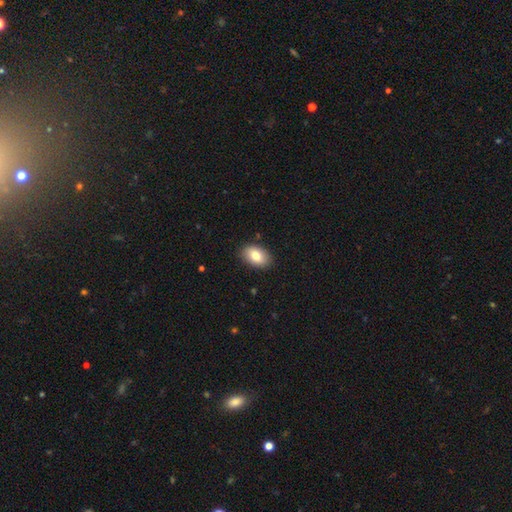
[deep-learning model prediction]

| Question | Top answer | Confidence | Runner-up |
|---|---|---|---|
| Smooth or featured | smooth | 81% | featured or disk (12%) |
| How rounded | in between | 90% | round (9%) |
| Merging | none | 88% | minor disturbance (9%) |